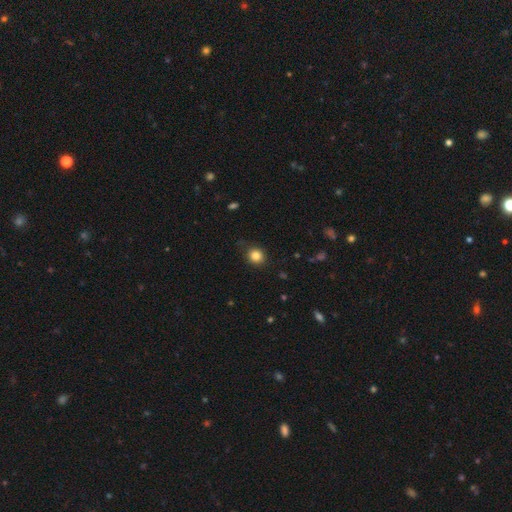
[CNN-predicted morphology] Smooth or featured: smooth — 84% (star or artifact — 11%)
How rounded: round — 83% (in between — 16%)
Merging: none — 85% (minor disturbance — 11%)